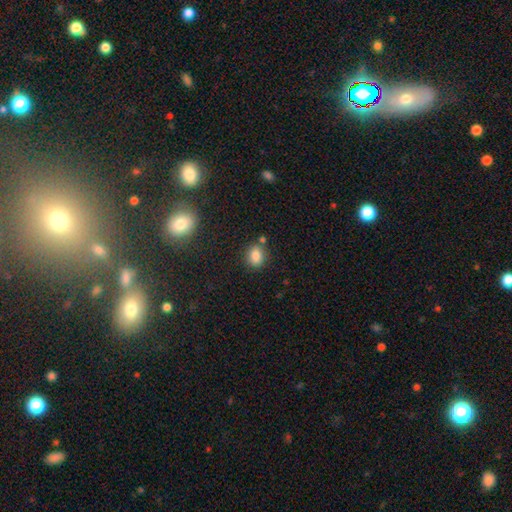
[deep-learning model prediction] Smooth or featured?
  - smooth: 83% *
  - star or artifact: 11%
  - featured or disk: 6%
How rounded?
  - in between: 49% * (tied)
  - round: 49% * (tied)
  - cigar-shaped: 1%
Merging?
  - none: 76% *
  - minor disturbance: 12%
  - merger: 9%
  - major disturbance: 3%